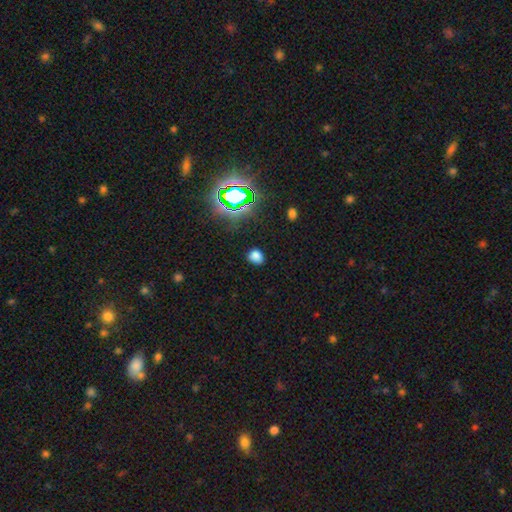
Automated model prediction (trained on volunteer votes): This is likely a smooth galaxy (73%). How rounded: possibly in between (52%). Merging: clearly none (81%).